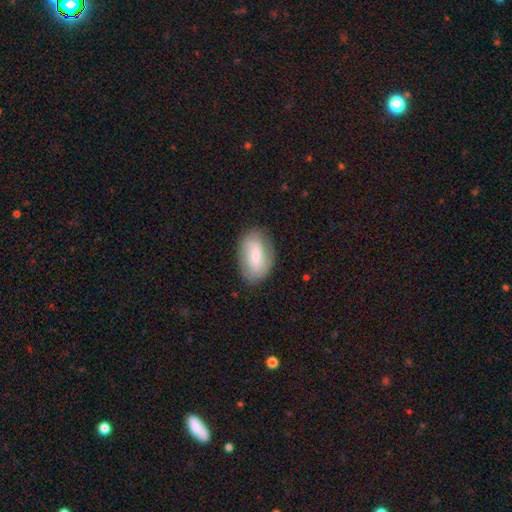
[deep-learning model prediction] A smooth galaxy with no disk features (53%) that is in between round and cigar-shaped (90%).

Vote fractions:
- Smooth or featured? smooth: 53% / featured or disk: 41% / star or artifact: 6%
- How rounded? in between: 90% / round: 8% / cigar-shaped: 2%
- Merging? none: 82% / minor disturbance: 13% / major disturbance: 4% / merger: 1%